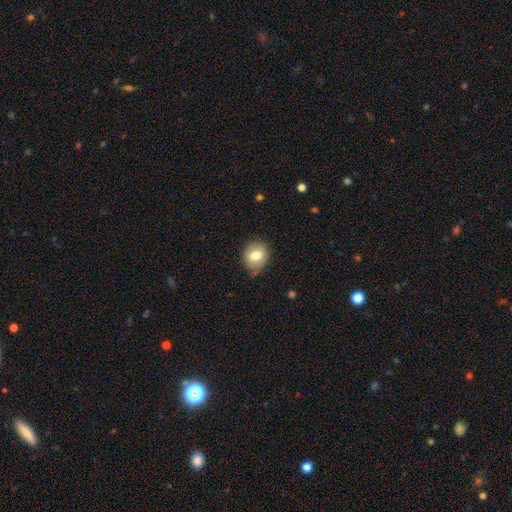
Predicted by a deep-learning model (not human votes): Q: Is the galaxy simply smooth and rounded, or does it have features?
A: smooth — 75%.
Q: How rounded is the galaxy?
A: round — 69%.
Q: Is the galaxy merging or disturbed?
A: none — 73%.